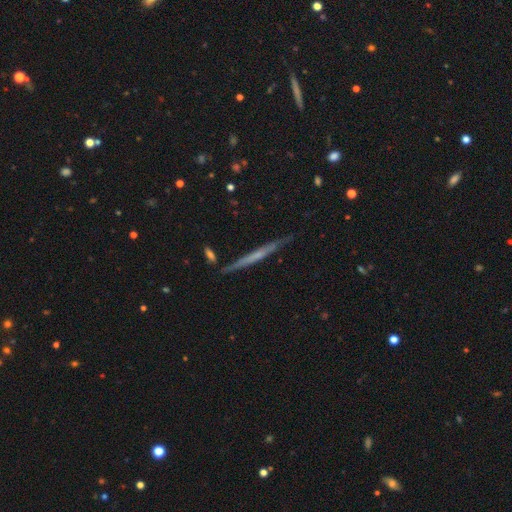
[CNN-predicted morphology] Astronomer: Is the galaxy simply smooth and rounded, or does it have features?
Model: featured or disk — 58% (runner-up: smooth, 36%).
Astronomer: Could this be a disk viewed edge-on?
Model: yes — 96%.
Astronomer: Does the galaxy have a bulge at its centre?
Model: none — 78%.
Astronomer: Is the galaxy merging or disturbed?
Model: none — 83%.